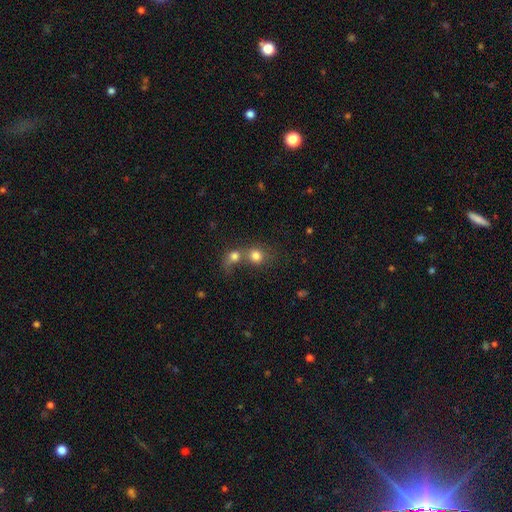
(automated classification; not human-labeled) Morphology: type=smooth (77%); roundness=round (76%); merging=merger (61%).